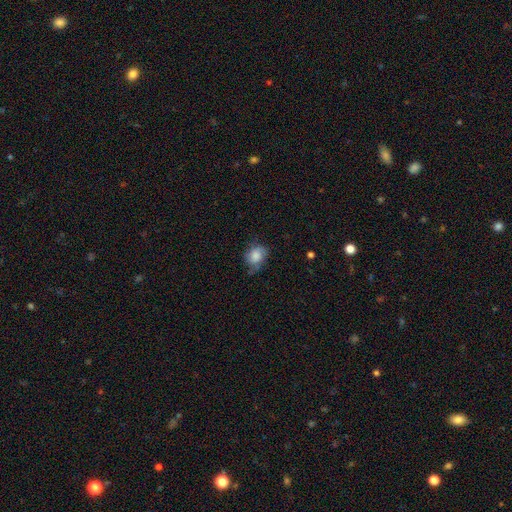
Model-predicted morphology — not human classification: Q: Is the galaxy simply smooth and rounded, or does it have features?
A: smooth — 67%.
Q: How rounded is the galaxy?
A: round — 50%.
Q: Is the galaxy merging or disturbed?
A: none — 52%.